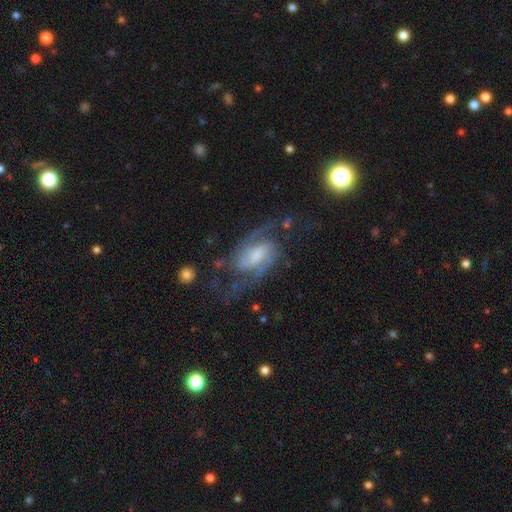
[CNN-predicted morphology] featured or disk 86%, smooth 8%, star or artifact 6%. Down the decision tree: edge-on disk — no (97%); bar — weak (52%); spiral arms — yes (96%); spiral arm count — 2 (85%); spiral winding — medium (54%); bulge size — moderate (38%); merging — none (58%).